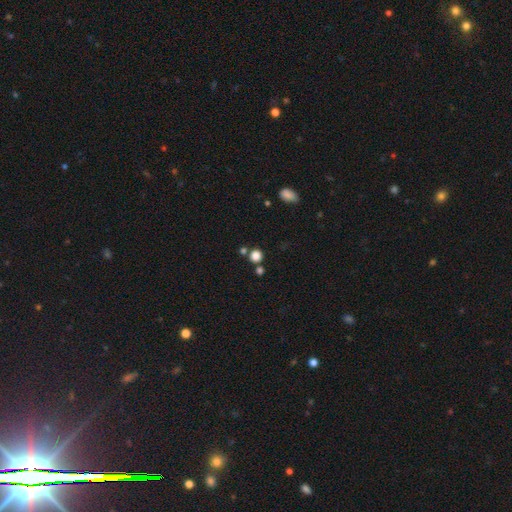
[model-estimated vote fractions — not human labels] smooth 79%, star or artifact 16%, featured or disk 5%. Down the decision tree: how rounded — round (89%); merging — none (74%).